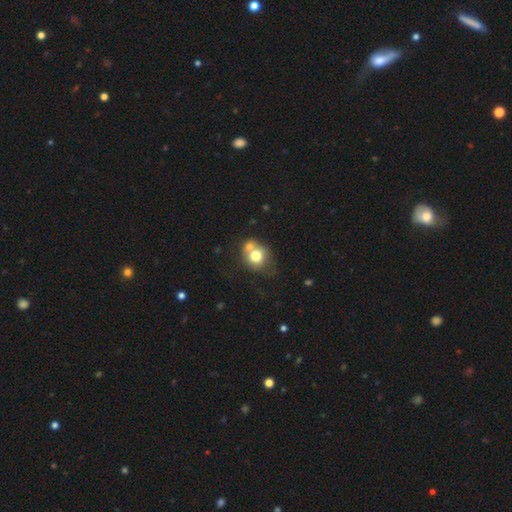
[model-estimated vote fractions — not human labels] A smooth galaxy with no disk features (72%) that is round (73%). Merging: merger (42%).